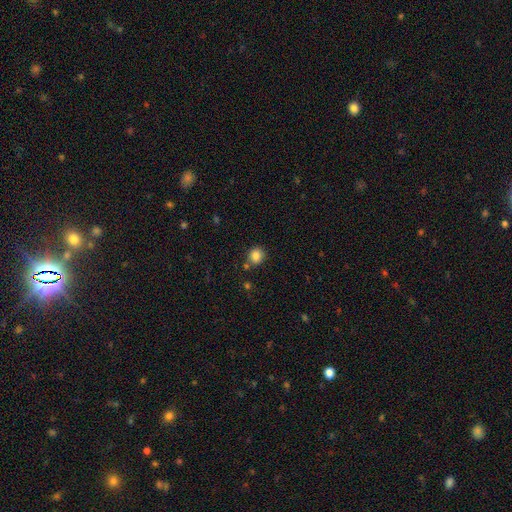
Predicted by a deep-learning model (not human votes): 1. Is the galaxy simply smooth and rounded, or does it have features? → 84% smooth, 11% star or artifact, 5% featured or disk.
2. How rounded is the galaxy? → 84% round, 15% in between, 1% cigar-shaped.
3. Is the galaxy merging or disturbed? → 77% none, 11% minor disturbance, 8% merger, 3% major disturbance.